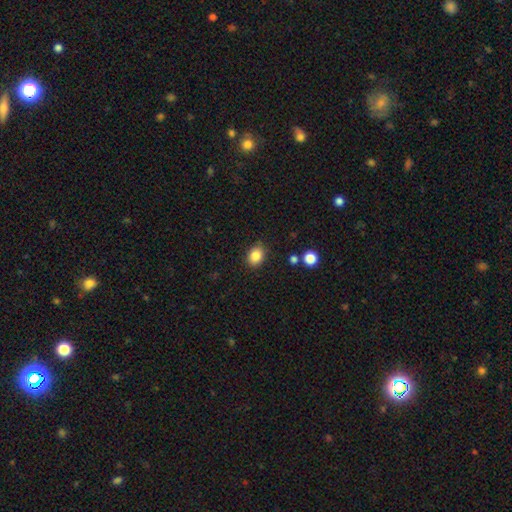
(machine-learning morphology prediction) smooth_or_featured: smooth (p=0.86) [alt: star or artifact p=0.09]
how_rounded: in between (p=0.55) [alt: round p=0.44]
merging: none (p=0.85) [alt: minor disturbance p=0.11]